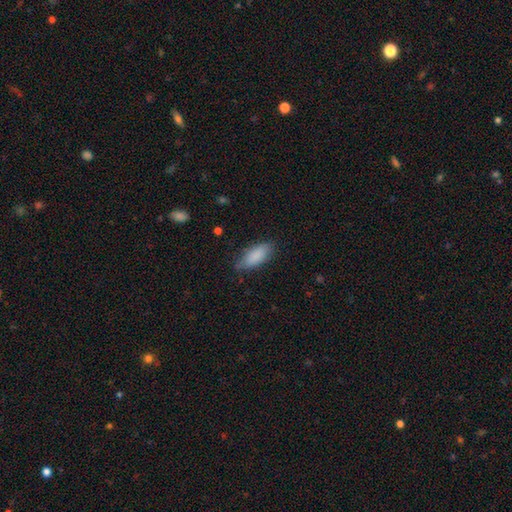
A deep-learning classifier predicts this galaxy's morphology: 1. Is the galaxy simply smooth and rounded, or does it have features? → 87% smooth, 7% featured or disk, 6% star or artifact.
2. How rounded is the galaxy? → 83% in between, 15% cigar-shaped, 2% round.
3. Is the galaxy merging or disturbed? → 75% none, 20% minor disturbance, 4% major disturbance, 1% merger.